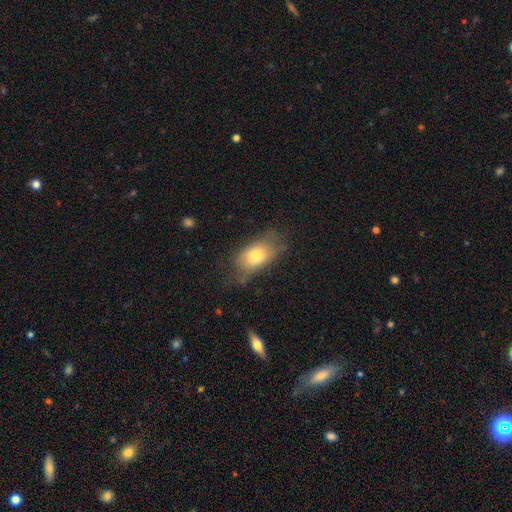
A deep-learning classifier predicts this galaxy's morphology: The model was most divided on "merging": none: 53%, minor disturbance: 30%, major disturbance: 15%, merger: 2%. More confident: how rounded — in between (88%); smooth or featured — smooth (74%).